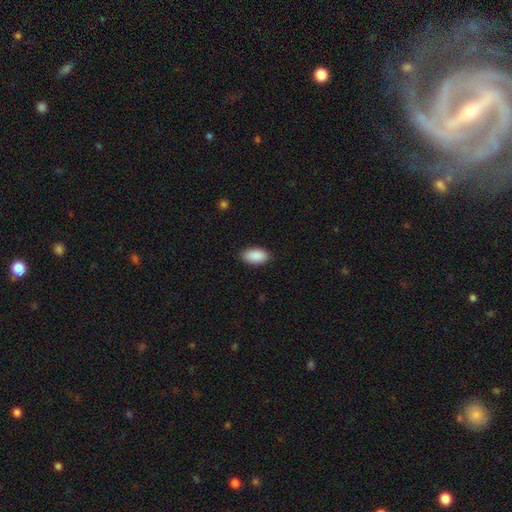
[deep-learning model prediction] Smooth or featured?
  - smooth: 91% *
  - star or artifact: 6%
  - featured or disk: 3%
How rounded?
  - in between: 95% *
  - round: 3%
  - cigar-shaped: 2%
Merging?
  - none: 88% *
  - minor disturbance: 9%
  - major disturbance: 2%
  - merger: 1%